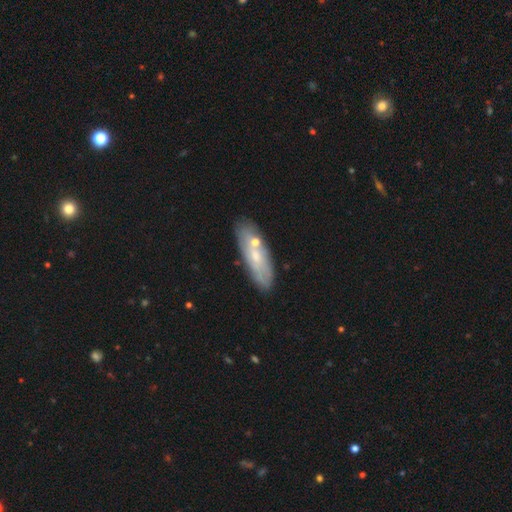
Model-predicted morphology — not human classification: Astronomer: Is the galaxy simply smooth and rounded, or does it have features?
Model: smooth — 50% (runner-up: featured or disk, 42%).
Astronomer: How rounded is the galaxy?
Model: in between — 57% (runner-up: cigar-shaped, 41%).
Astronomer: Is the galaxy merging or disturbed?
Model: none — 74%.